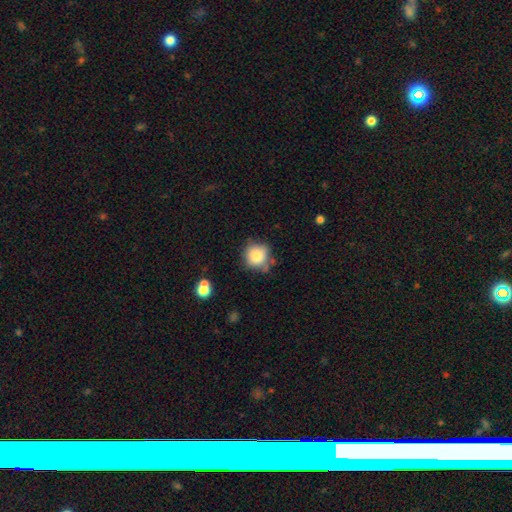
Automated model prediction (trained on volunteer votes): Q: Smooth or featured?
A: smooth (81%); runner-up: star or artifact (10%)
Q: How rounded?
A: round (90%); runner-up: in between (9%)
Q: Merging?
A: none (68%); runner-up: minor disturbance (21%)